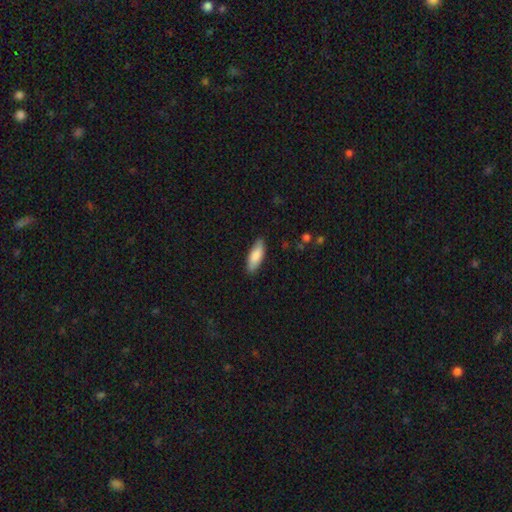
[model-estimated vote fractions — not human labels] This appears to be a smooth galaxy with no disk features (84%) that is in between round and cigar-shaped (63%). Merging: none (86%).